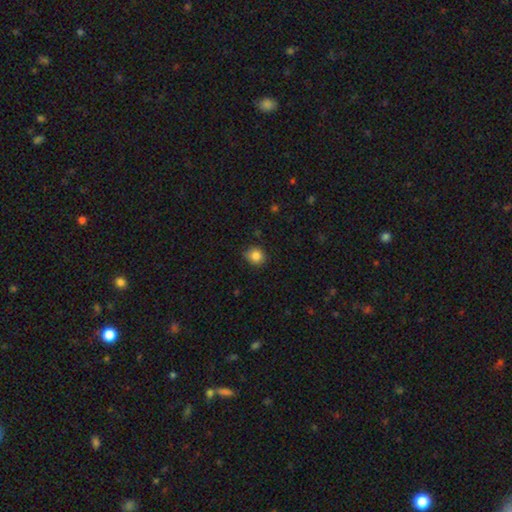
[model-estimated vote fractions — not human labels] Smooth or featured? Predicted: smooth (p=0.85). How rounded? Predicted: round (p=0.78). Merging? Predicted: none (p=0.81).